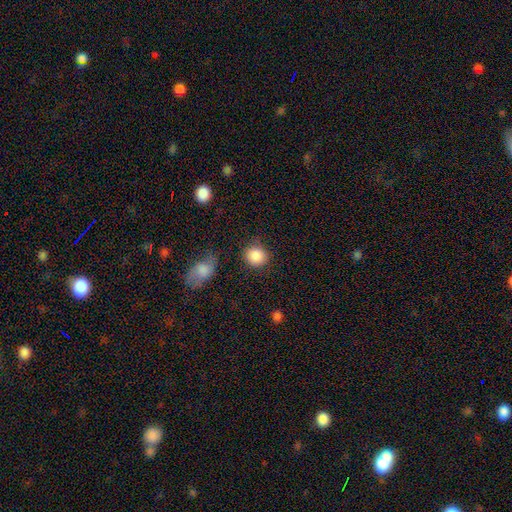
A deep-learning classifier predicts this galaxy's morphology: type=smooth (88%); roundness=round (83%); merging=none (78%).